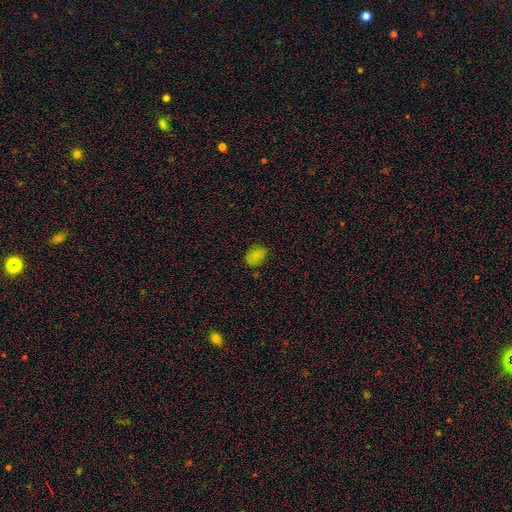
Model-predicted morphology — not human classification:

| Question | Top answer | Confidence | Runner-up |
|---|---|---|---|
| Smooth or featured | smooth | 77% | star or artifact (17%) |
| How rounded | in between | 68% | round (31%) |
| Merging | none | 76% | minor disturbance (18%) |